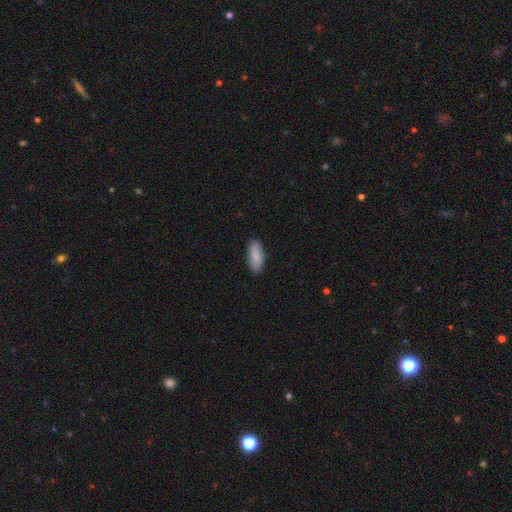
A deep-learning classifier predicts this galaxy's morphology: Q: Smooth or featured?
A: smooth (86%); runner-up: featured or disk (9%)
Q: How rounded?
A: in between (85%); runner-up: cigar-shaped (13%)
Q: Merging?
A: none (87%); runner-up: minor disturbance (10%)